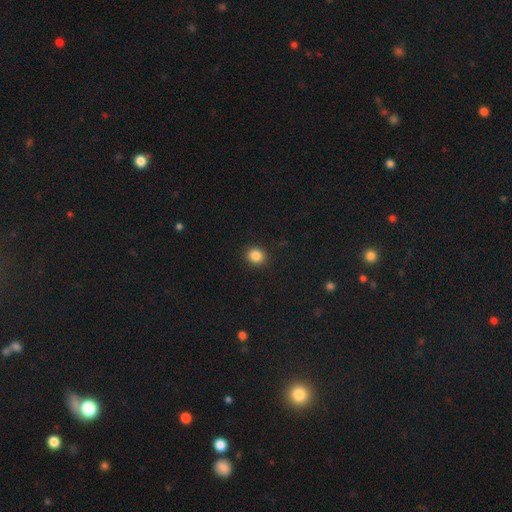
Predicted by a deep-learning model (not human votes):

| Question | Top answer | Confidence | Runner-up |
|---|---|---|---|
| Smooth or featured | smooth | 86% | star or artifact (10%) |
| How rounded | round | 77% | in between (22%) |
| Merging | none | 92% | minor disturbance (6%) |